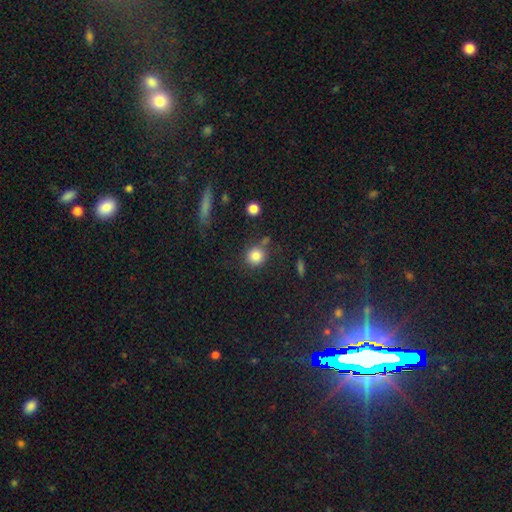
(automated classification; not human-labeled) A smooth galaxy with no disk features (83%) that is round (88%). Merging: none (73%).